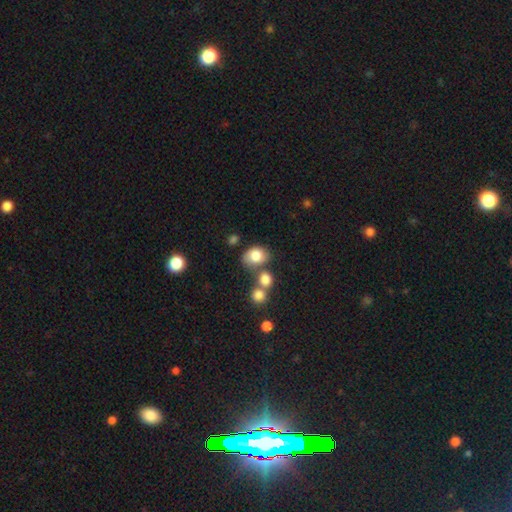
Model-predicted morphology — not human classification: smooth_or_featured: smooth (p=0.79) [alt: featured or disk p=0.12]
how_rounded: in between (p=0.59) [alt: round p=0.40]
merging: none (p=0.50) [alt: merger p=0.27]